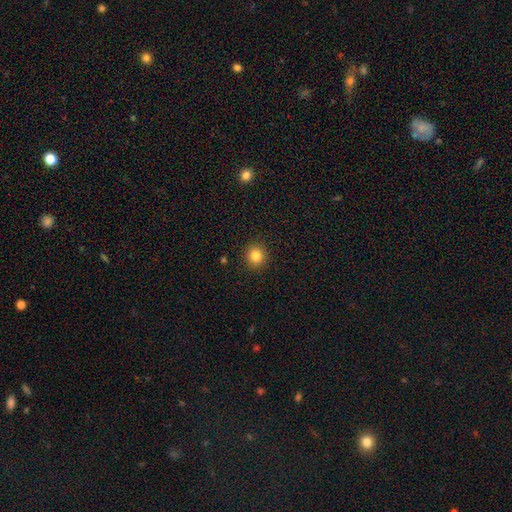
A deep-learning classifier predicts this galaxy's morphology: Smooth or featured? Predicted: smooth (p=0.84). How rounded? Predicted: round (p=0.90). Merging? Predicted: none (p=0.91).